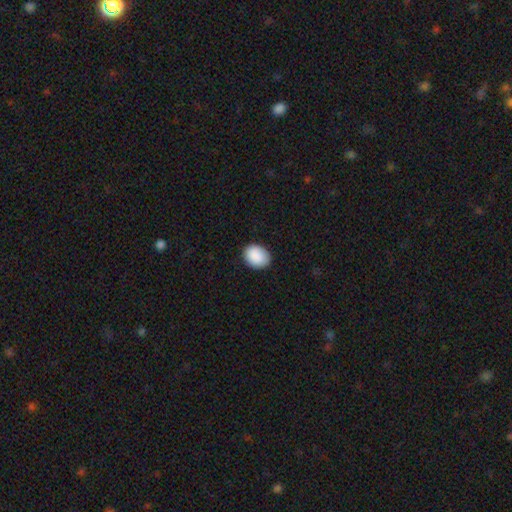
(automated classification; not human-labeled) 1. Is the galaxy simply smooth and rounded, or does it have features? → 90% smooth, 7% star or artifact, 3% featured or disk.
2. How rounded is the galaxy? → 57% in between, 42% round, 1% cigar-shaped.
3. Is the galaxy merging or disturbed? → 86% none, 11% minor disturbance, 2% major disturbance, 1% merger.